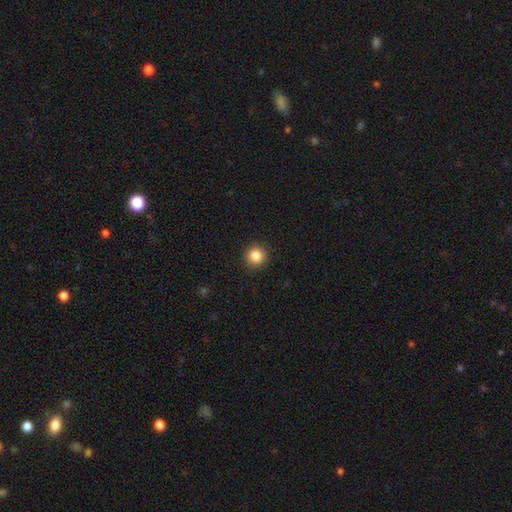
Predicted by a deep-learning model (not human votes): The model was most divided on "smooth or featured": smooth: 85%, star or artifact: 11%, featured or disk: 4%. More confident: how rounded — round (94%); merging — none (92%).